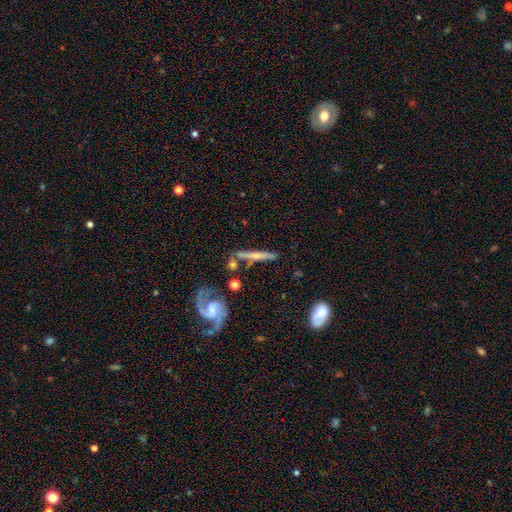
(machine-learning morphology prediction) A featured or disk galaxy (67%) viewed edge-on (85%) with a rounded central bulge (68%).

Vote fractions:
- Smooth or featured? featured or disk: 67% / smooth: 26% / star or artifact: 7%
- Edge-on disk? yes: 85% / no: 15%
- Edge-on bulge? rounded: 68% / none: 26% / boxy: 7%
- Merging? none: 72% / minor disturbance: 15% / merger: 9% / major disturbance: 5%